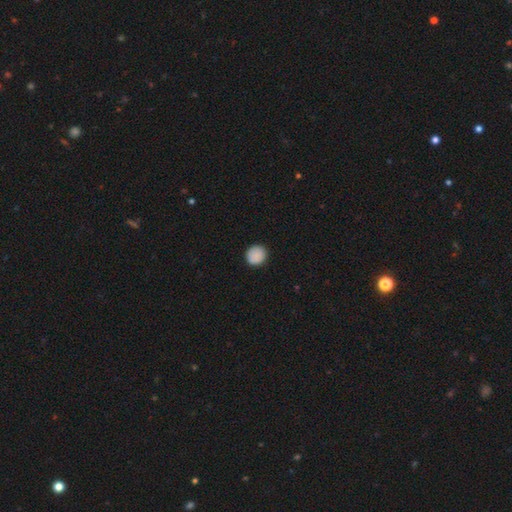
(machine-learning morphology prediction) A smooth galaxy with no disk features (88%) that is round (91%).

Vote fractions:
- Smooth or featured? smooth: 88% / star or artifact: 8% / featured or disk: 3%
- How rounded? round: 91% / in between: 8% / cigar-shaped: 1%
- Merging? none: 90% / minor disturbance: 7% / major disturbance: 2% / merger: 1%